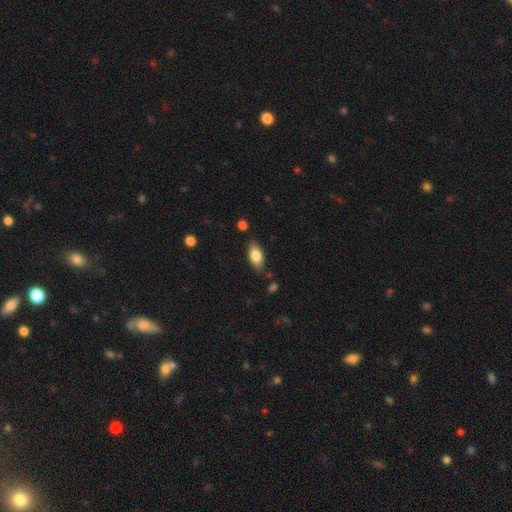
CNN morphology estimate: This is likely a smooth galaxy (78%). How rounded: clearly in between (88%). Merging: clearly none (81%).